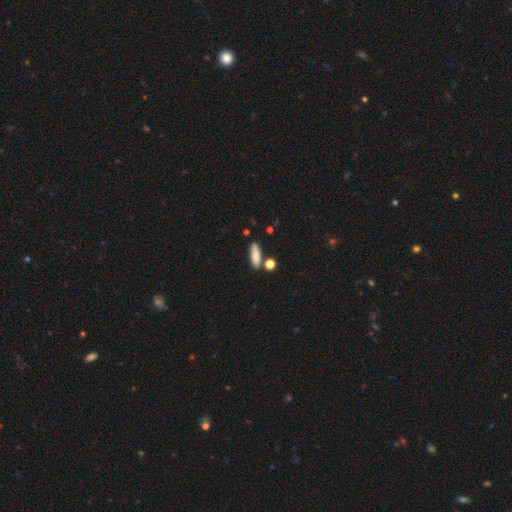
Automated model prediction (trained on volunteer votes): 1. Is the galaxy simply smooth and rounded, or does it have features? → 81% smooth, 11% featured or disk, 8% star or artifact.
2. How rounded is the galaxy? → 51% in between, 44% cigar-shaped, 5% round.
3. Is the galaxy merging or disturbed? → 71% none, 15% minor disturbance, 10% merger, 4% major disturbance.